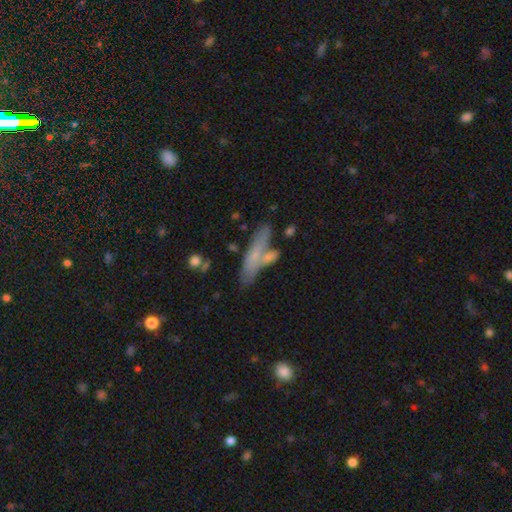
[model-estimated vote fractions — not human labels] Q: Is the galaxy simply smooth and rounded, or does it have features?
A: smooth — 59%.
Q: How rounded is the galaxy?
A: cigar-shaped — 75%.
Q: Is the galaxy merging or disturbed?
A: none — 58%.